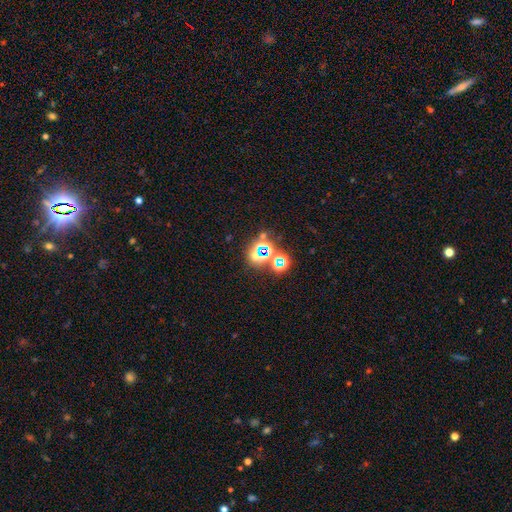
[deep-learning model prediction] Q: Smooth or featured?
A: star or artifact (64%); runner-up: smooth (25%)